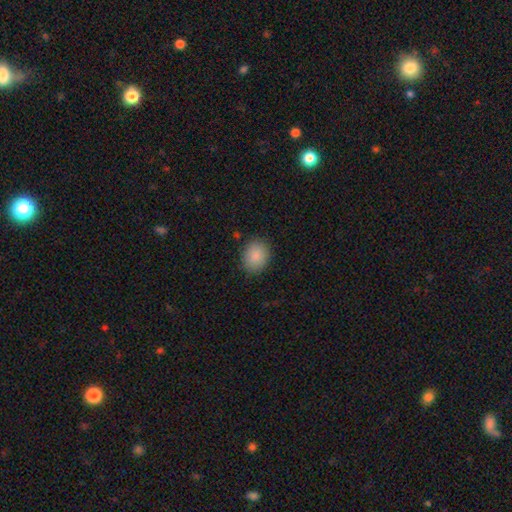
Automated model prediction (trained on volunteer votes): A smooth galaxy with no disk features (88%) that is round (52%).

Vote fractions:
- Smooth or featured? smooth: 88% / star or artifact: 8% / featured or disk: 4%
- How rounded? round: 52% / in between: 47% / cigar-shaped: 1%
- Merging? none: 86% / minor disturbance: 10% / major disturbance: 3% / merger: 1%